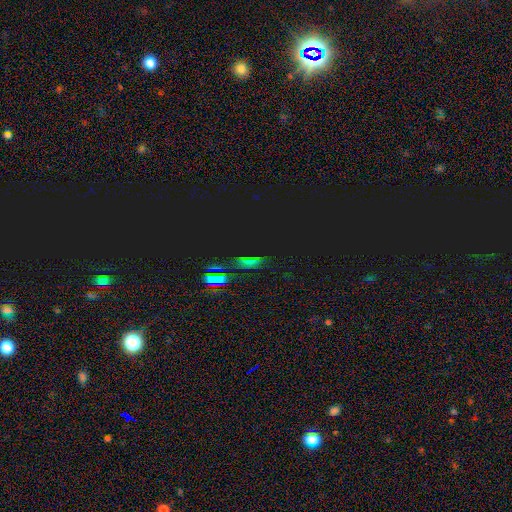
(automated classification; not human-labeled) This is possibly a star or artifact rather than a galaxy (51%).